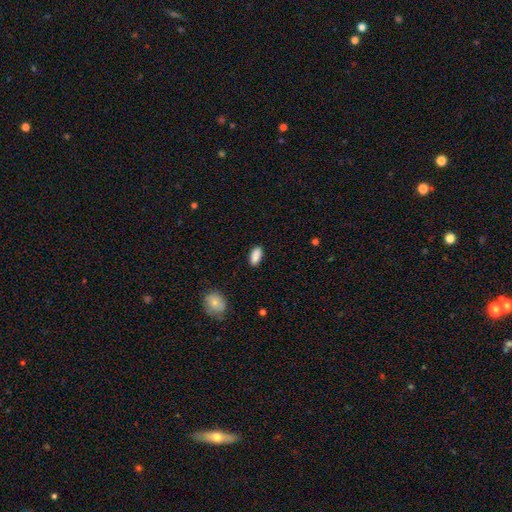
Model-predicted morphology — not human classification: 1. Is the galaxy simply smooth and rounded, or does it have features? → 89% smooth, 7% star or artifact, 4% featured or disk.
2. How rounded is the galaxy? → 87% in between, 11% cigar-shaped, 2% round.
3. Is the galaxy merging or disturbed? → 88% none, 9% minor disturbance, 2% major disturbance, 1% merger.